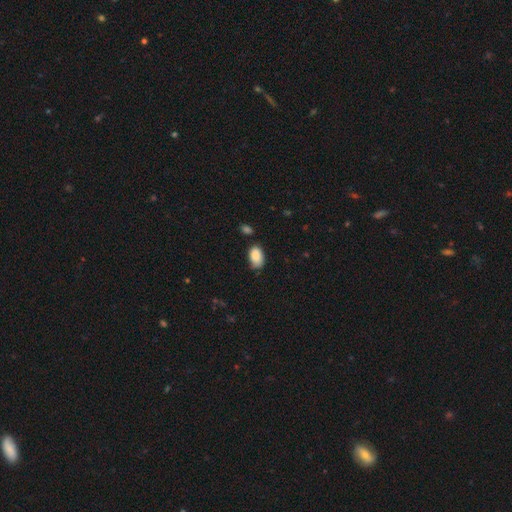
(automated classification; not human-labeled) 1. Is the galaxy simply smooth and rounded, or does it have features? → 86% smooth, 7% star or artifact, 7% featured or disk.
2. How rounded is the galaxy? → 93% in between, 6% round, 1% cigar-shaped.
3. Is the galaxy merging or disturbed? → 65% none, 26% minor disturbance, 4% major disturbance, 4% merger.